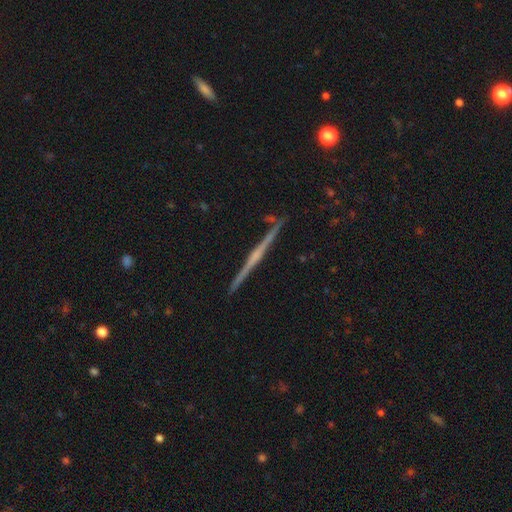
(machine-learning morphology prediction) A featured or disk galaxy (79%) viewed edge-on (98%) with a rounded central bulge (45%).

Vote fractions:
- Smooth or featured? featured or disk: 79% / smooth: 15% / star or artifact: 6%
- Edge-on disk? yes: 98% / no: 2%
- Edge-on bulge? rounded: 45% / none: 43% / boxy: 11%
- Merging? none: 91% / minor disturbance: 6% / merger: 2% / major disturbance: 1%